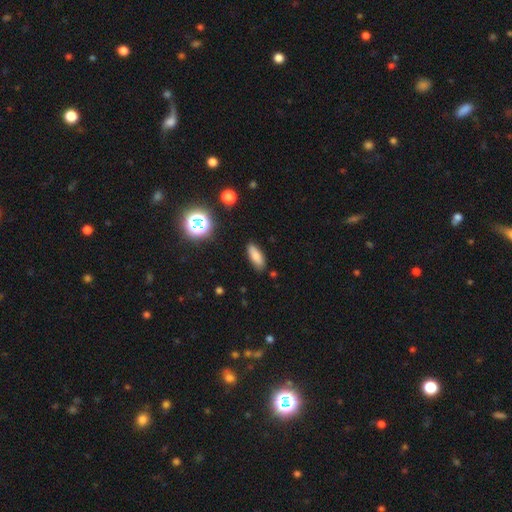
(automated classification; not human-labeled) Smooth or featured?
  - smooth: 81% *
  - star or artifact: 10%
  - featured or disk: 9%
How rounded?
  - in between: 71% *
  - cigar-shaped: 26%
  - round: 3%
Merging?
  - none: 86% *
  - minor disturbance: 10%
  - major disturbance: 2%
  - merger: 2%